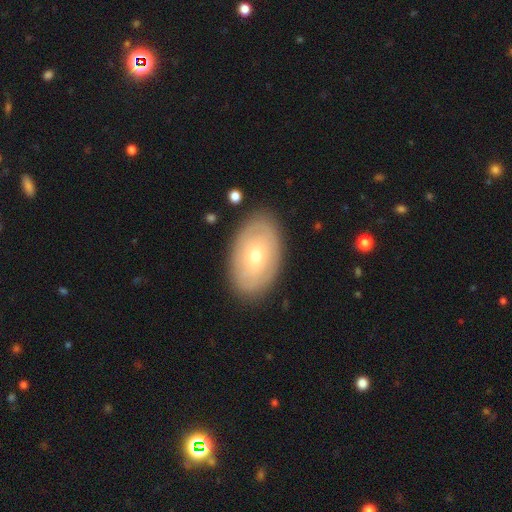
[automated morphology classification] type=smooth (48%); merging=none (86%).